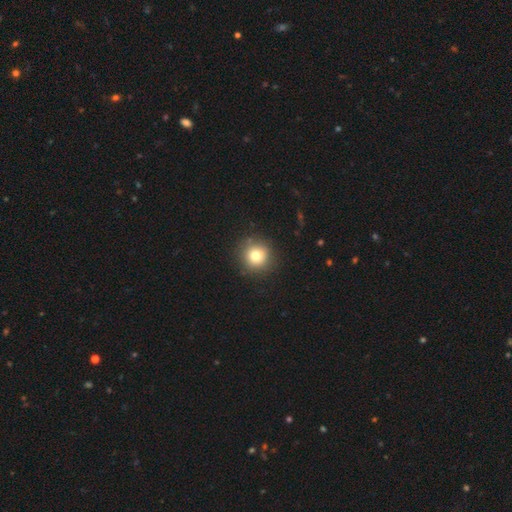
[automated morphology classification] Q: Smooth or featured?
A: smooth (78%); runner-up: star or artifact (12%)
Q: How rounded?
A: round (94%); runner-up: in between (5%)
Q: Merging?
A: none (88%); runner-up: minor disturbance (8%)